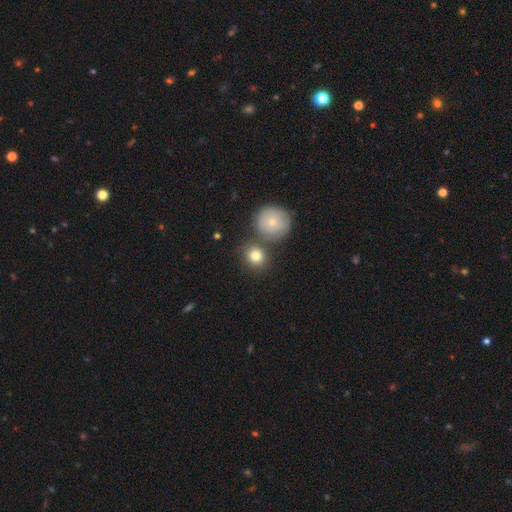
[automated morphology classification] A smooth galaxy with no disk features (81%) that is round (87%).

Vote fractions:
- Smooth or featured? smooth: 81% / star or artifact: 10% / featured or disk: 9%
- How rounded? round: 87% / in between: 12% / cigar-shaped: 1%
- Merging? none: 69% / merger: 19% / minor disturbance: 9% / major disturbance: 3%